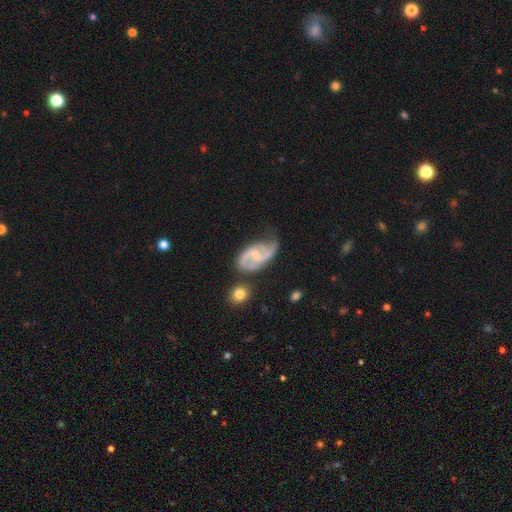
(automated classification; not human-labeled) This appears to be a featured or disk galaxy (85%) with a weak bar (53%), 2 (84%) medium (46%) spiral arms (95%) and a small central bulge (58%). Merging: none (52%).